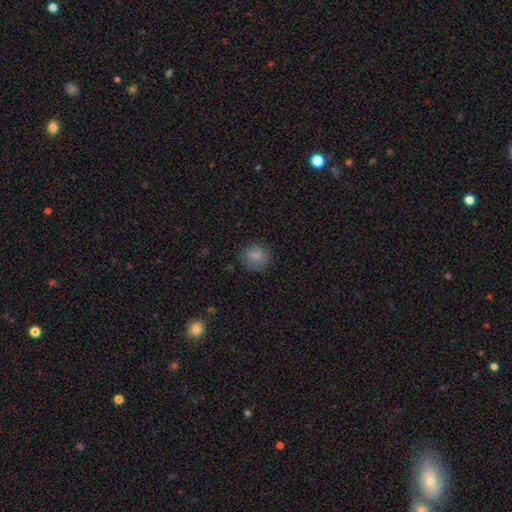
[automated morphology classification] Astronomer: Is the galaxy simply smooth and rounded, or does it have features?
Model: smooth — 84%.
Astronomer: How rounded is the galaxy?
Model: round — 83%.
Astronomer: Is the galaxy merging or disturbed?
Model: none — 82%.